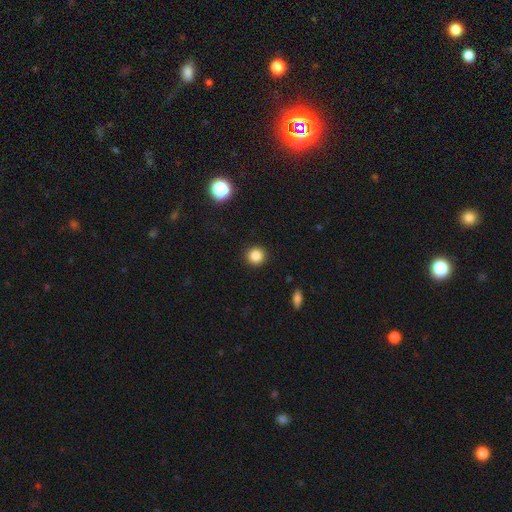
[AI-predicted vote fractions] smooth 85%, star or artifact 11%, featured or disk 4%. Down the decision tree: how rounded — round (94%); merging — none (92%).